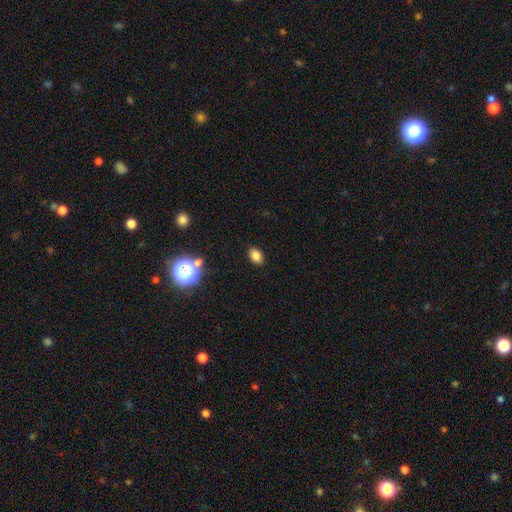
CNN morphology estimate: type=smooth (82%); roundness=in between (82%); merging=none (88%).